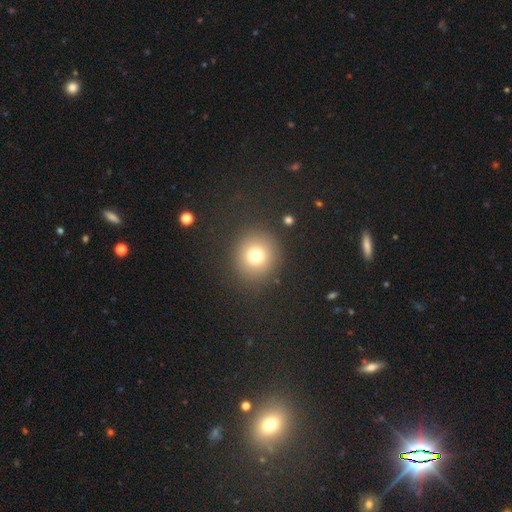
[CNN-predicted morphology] This is likely a smooth galaxy (76%). How rounded: clearly round (91%). Merging: clearly none (88%).